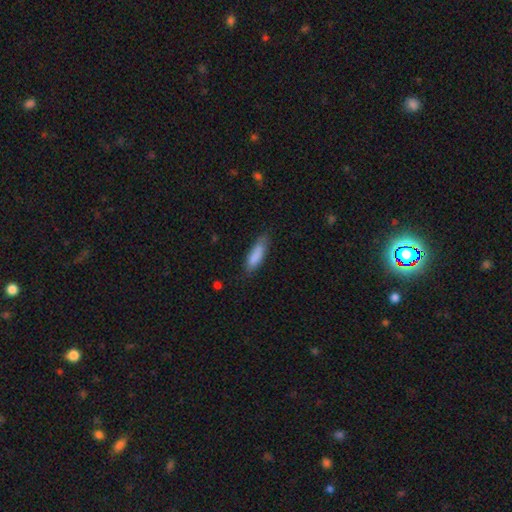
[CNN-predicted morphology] This appears to be a smooth galaxy with no disk features (85%) that is cigar-shaped (53%). Merging: none (70%).